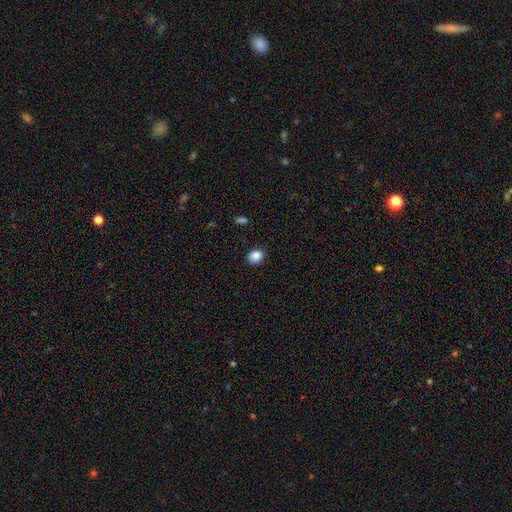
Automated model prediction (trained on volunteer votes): Smooth or featured? Predicted: smooth (p=0.87). How rounded? Predicted: round (p=0.62). Merging? Predicted: none (p=0.83).